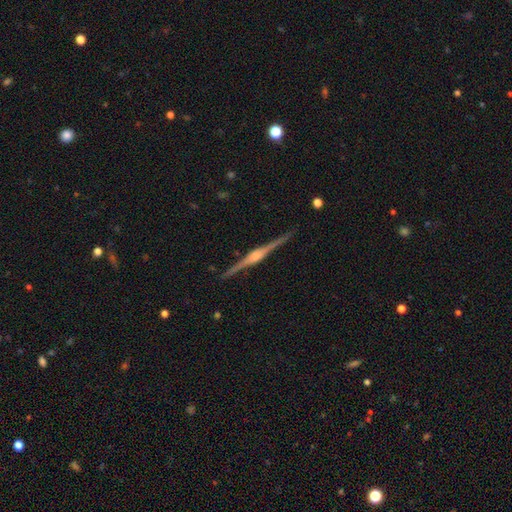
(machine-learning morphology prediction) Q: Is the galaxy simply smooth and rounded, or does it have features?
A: featured or disk — 87%.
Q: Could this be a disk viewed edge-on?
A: yes — 99%.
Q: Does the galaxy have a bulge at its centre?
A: rounded — 81%.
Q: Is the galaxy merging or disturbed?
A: none — 90%.